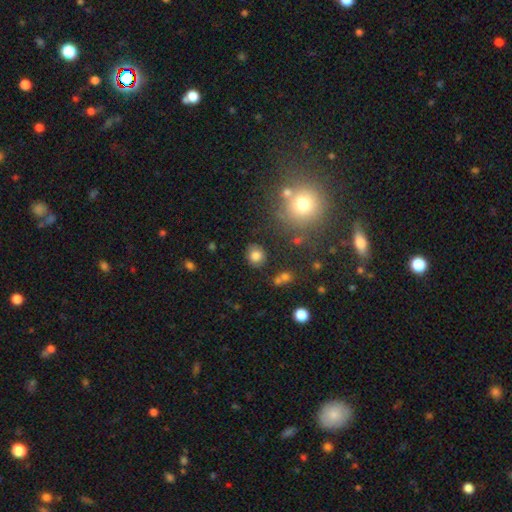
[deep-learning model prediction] smooth-or-featured: smooth: 80% | star or artifact: 13% | featured or disk: 7%
  how-rounded: round: 79% | in between: 20% | cigar-shaped: 1%
  merging: none: 81% | minor disturbance: 11% | merger: 4% | major disturbance: 4%